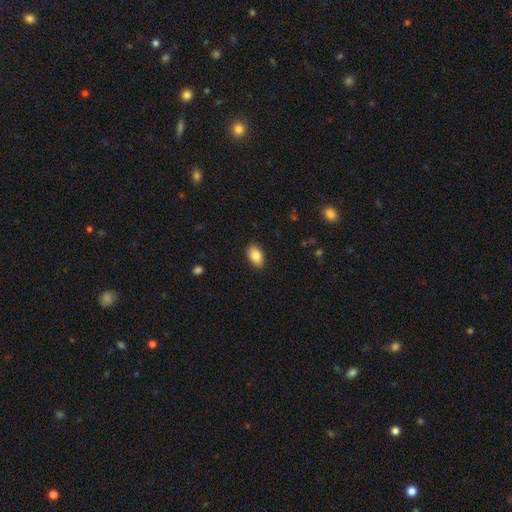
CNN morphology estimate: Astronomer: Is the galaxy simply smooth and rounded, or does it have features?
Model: smooth — 86%.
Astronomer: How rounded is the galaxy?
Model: in between — 90%.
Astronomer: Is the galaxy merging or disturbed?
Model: none — 87%.